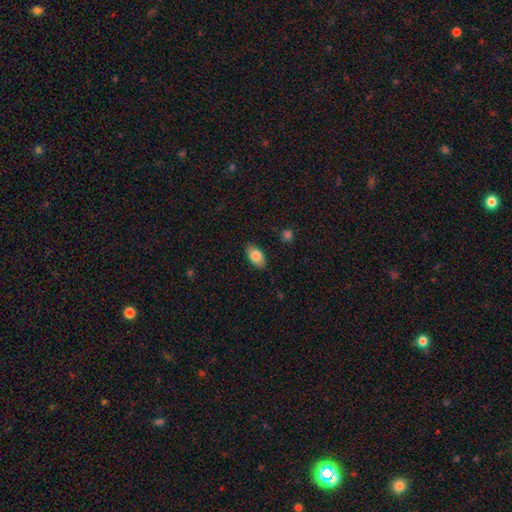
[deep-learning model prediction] smooth 83%, featured or disk 10%, star or artifact 7%. Down the decision tree: how rounded — in between (92%); merging — none (85%).